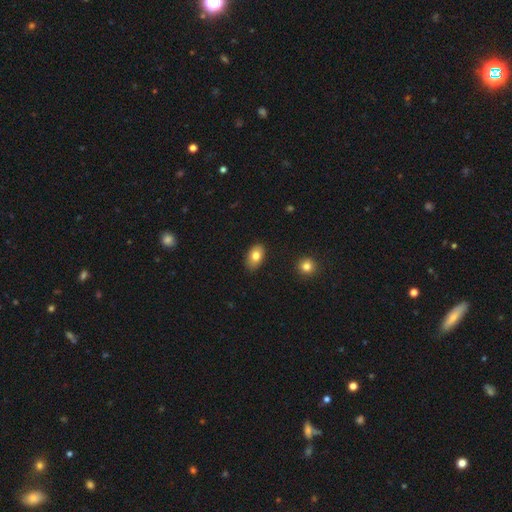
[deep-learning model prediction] This is clearly a smooth galaxy (80%). How rounded: clearly in between (90%). Merging: clearly none (86%).